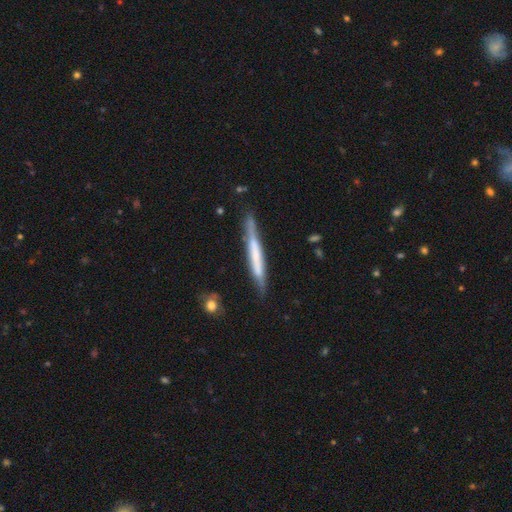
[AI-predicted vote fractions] Q: Smooth or featured?
A: featured or disk (52%); runner-up: smooth (42%)
Q: Edge-on disk?
A: yes (91%); runner-up: no (9%)
Q: Merging?
A: none (77%); runner-up: minor disturbance (17%)